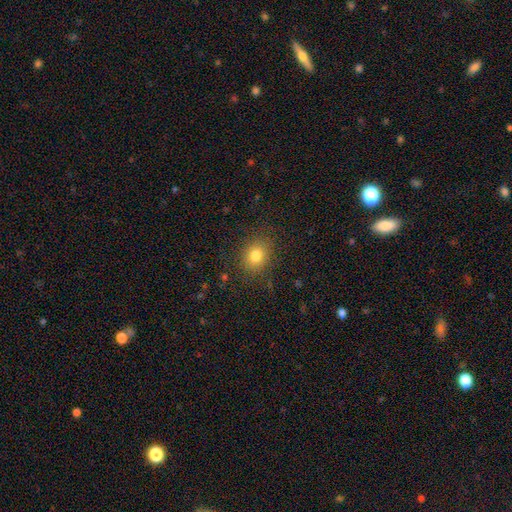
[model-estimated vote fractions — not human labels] Smooth or featured: smooth — 79% (star or artifact — 13%)
How rounded: round — 55% (in between — 44%)
Merging: none — 85% (minor disturbance — 10%)